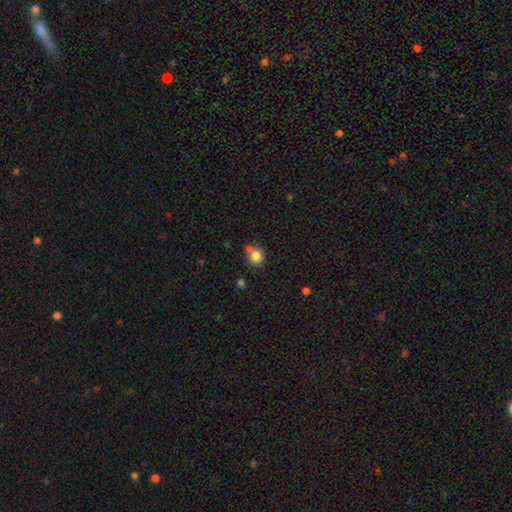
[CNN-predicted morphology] A smooth galaxy with no disk features (82%) that is round (86%). Merging: none (59%).